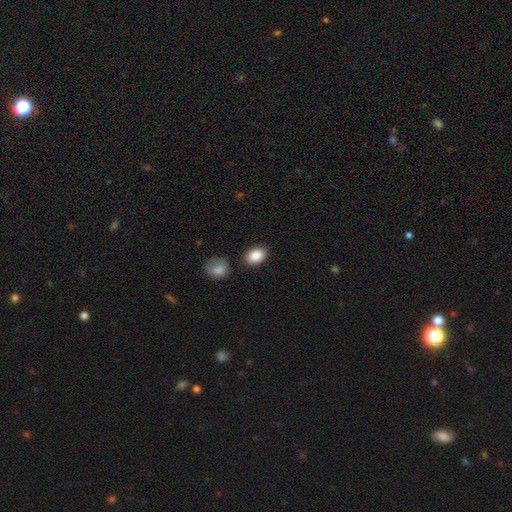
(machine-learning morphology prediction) A smooth galaxy with no disk features (88%) that is in between round and cigar-shaped (79%).

Vote fractions:
- Smooth or featured? smooth: 88% / star or artifact: 7% / featured or disk: 5%
- How rounded? in between: 79% / round: 20% / cigar-shaped: 1%
- Merging? none: 81% / minor disturbance: 11% / merger: 5% / major disturbance: 3%